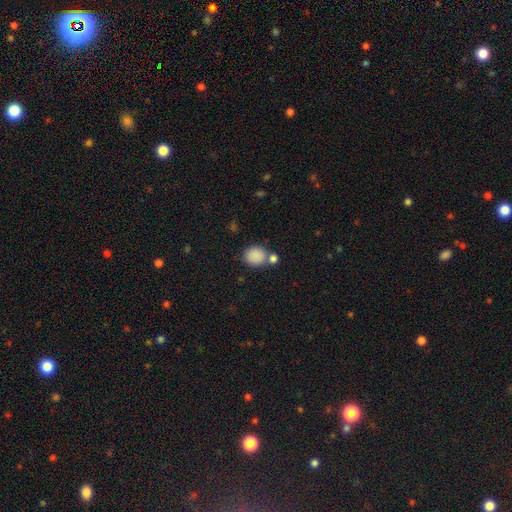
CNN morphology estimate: smooth_or_featured: smooth (p=0.87) [alt: star or artifact p=0.09]
how_rounded: round (p=0.73) [alt: in between p=0.26]
merging: none (p=0.62) [alt: merger p=0.22]